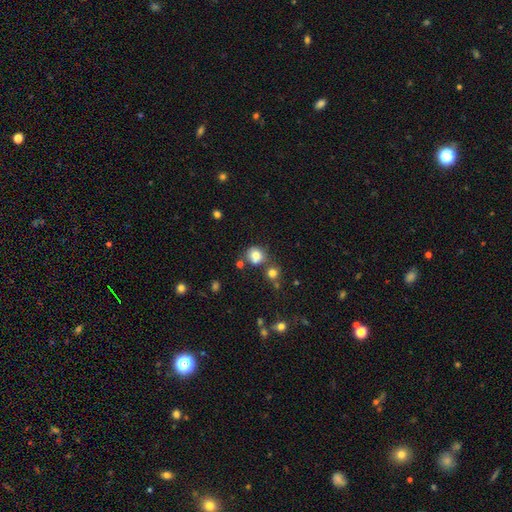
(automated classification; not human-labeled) A smooth galaxy with no disk features (79%) that is round (83%).

Vote fractions:
- Smooth or featured? smooth: 79% / star or artifact: 12% / featured or disk: 9%
- How rounded? round: 83% / in between: 16% / cigar-shaped: 1%
- Merging? none: 63% / merger: 18% / minor disturbance: 14% / major disturbance: 5%